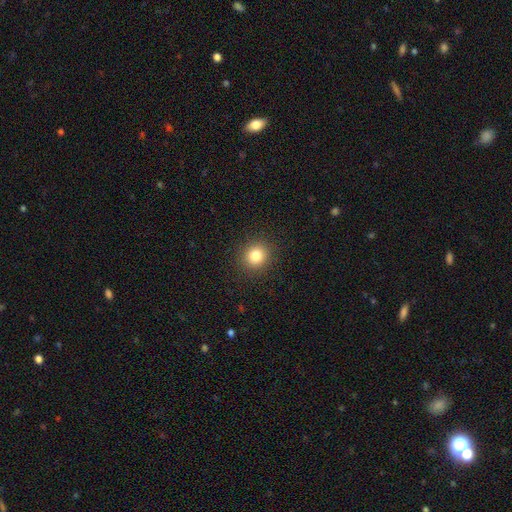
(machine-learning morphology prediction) Smooth or featured? Predicted: smooth (p=0.82). How rounded? Predicted: round (p=0.87). Merging? Predicted: none (p=0.91).